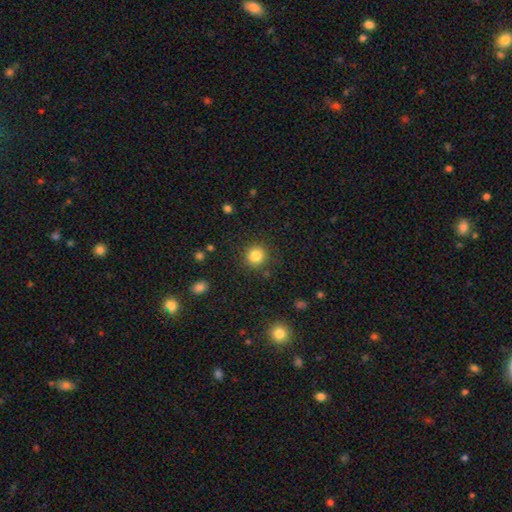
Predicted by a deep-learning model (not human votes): Smooth or featured? smooth (83%)
How rounded? round (92%)
Merging? none (89%)